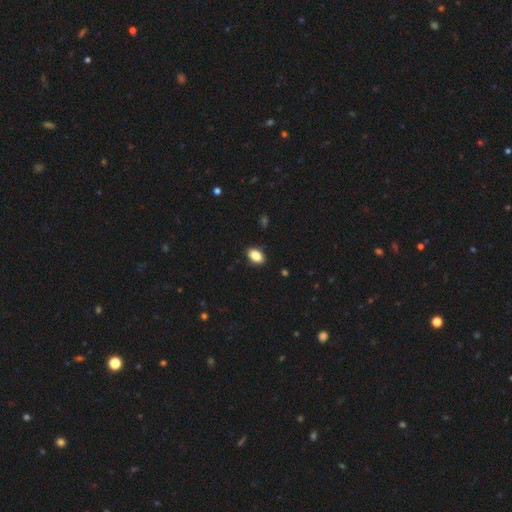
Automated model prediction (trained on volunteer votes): A smooth galaxy with no disk features (87%) that is in between round and cigar-shaped (91%). Merging: none (89%).